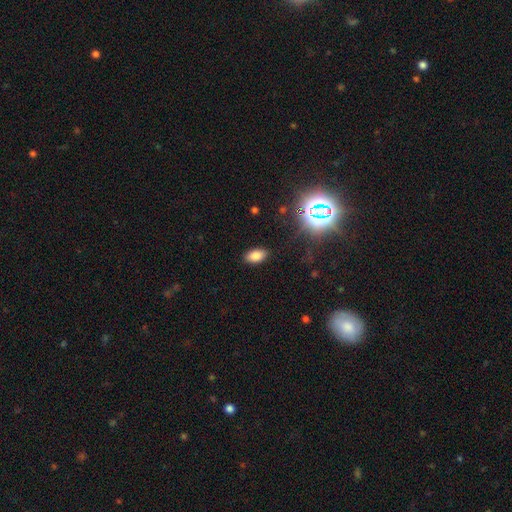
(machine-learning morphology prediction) A smooth galaxy with no disk features (80%) that is in between round and cigar-shaped (92%).

Vote fractions:
- Smooth or featured? smooth: 80% / star or artifact: 14% / featured or disk: 7%
- How rounded? in between: 92% / round: 5% / cigar-shaped: 3%
- Merging? none: 88% / minor disturbance: 8% / major disturbance: 2% / merger: 1%